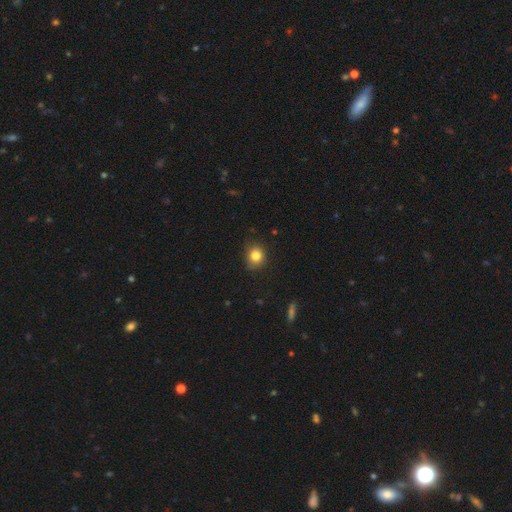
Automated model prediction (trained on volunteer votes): Q: Smooth or featured?
A: smooth (83%); runner-up: star or artifact (11%)
Q: How rounded?
A: round (77%); runner-up: in between (22%)
Q: Merging?
A: none (78%); runner-up: minor disturbance (18%)